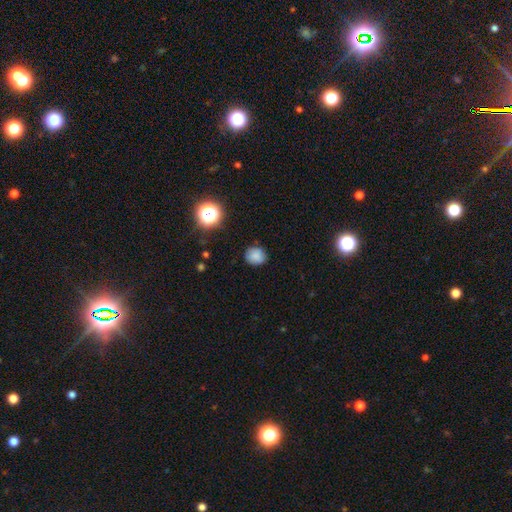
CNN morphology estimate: Smooth or featured? Predicted: smooth (p=0.81). How rounded? Predicted: round (p=0.80). Merging? Predicted: none (p=0.83).